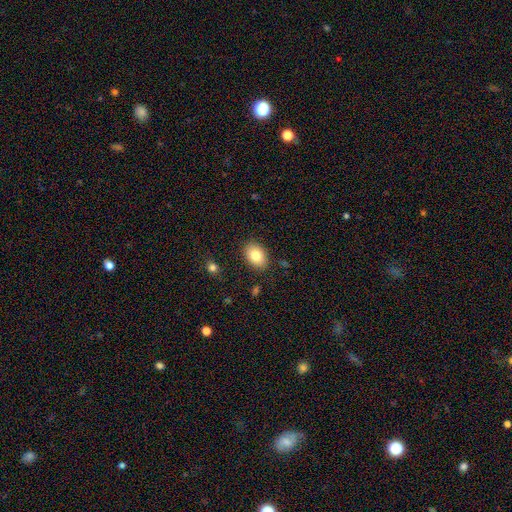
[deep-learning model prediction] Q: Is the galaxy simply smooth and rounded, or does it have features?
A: smooth — 81%.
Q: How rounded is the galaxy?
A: in between — 82%.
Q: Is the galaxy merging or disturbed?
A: none — 87%.